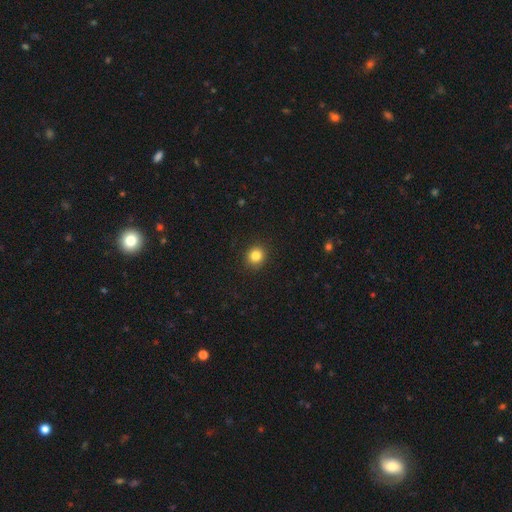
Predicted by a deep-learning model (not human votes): Smooth or featured? Predicted: smooth (p=0.84). How rounded? Predicted: round (p=0.87). Merging? Predicted: none (p=0.91).